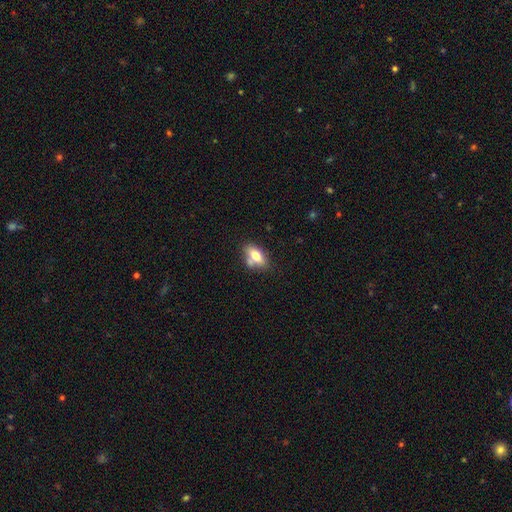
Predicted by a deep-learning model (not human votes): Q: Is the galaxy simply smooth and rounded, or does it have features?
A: smooth — 70%.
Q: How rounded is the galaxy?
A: in between — 84%.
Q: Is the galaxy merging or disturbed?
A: none — 59%.